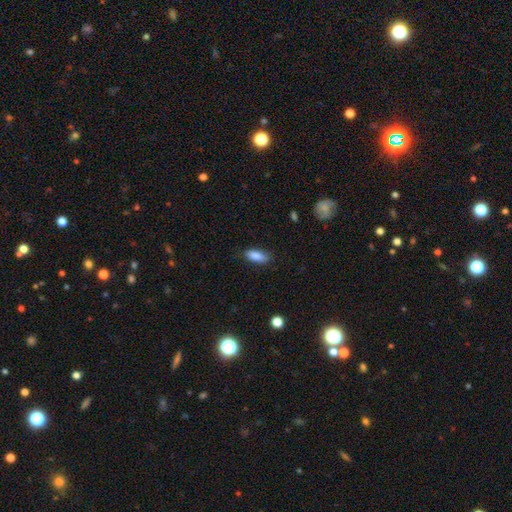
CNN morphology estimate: A smooth galaxy with no disk features (86%) that is in between round and cigar-shaped (76%). Merging: none (83%).